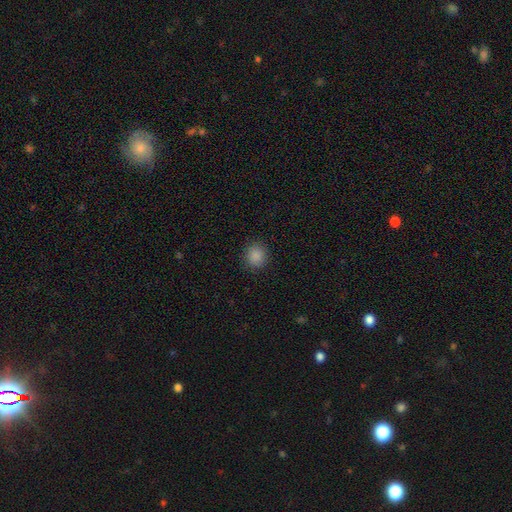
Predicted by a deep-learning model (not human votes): Q: Smooth or featured?
A: smooth (87%); runner-up: star or artifact (10%)
Q: How rounded?
A: round (86%); runner-up: in between (13%)
Q: Merging?
A: none (90%); runner-up: minor disturbance (7%)